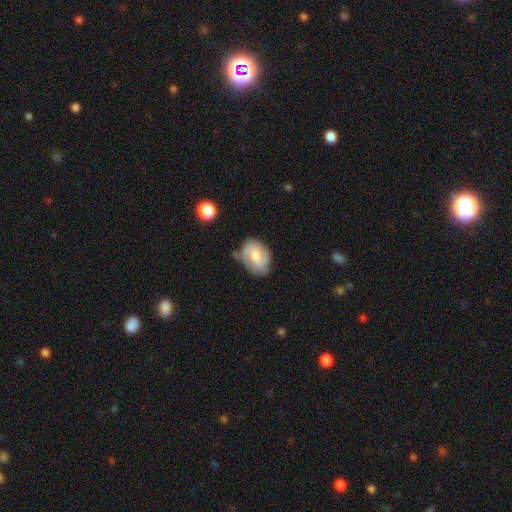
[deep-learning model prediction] The model was most divided on "smooth or featured": smooth: 48%, featured or disk: 45%, star or artifact: 7%. More confident: merging — none (54%).